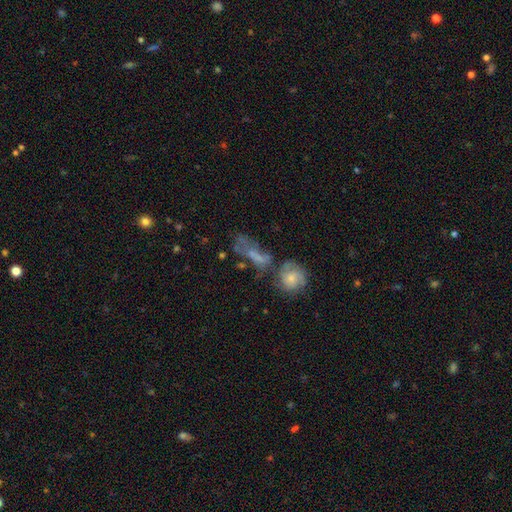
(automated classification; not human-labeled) Smooth or featured: featured or disk — 43% (smooth — 42%)
Merging: merger — 34% (none — 30%)